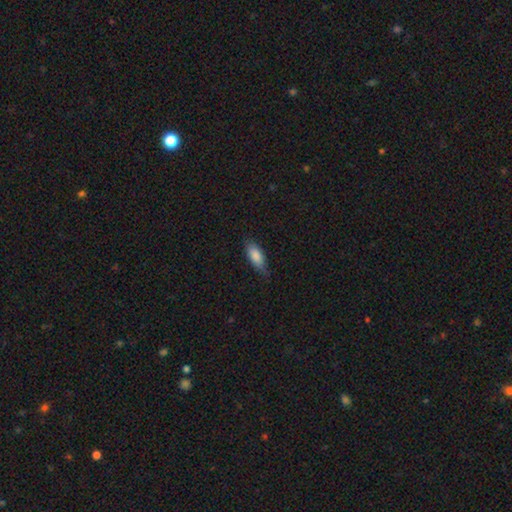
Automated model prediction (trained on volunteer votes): smooth_or_featured: smooth (p=0.84) [alt: featured or disk p=0.10]
how_rounded: in between (p=0.80) [alt: cigar-shaped p=0.18]
merging: none (p=0.69) [alt: minor disturbance p=0.26]